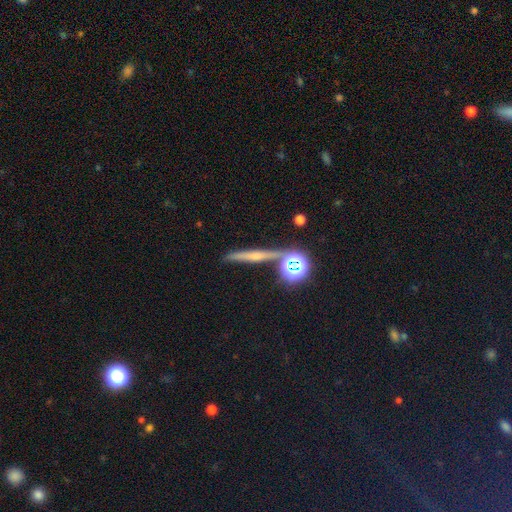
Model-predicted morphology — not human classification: Q: Smooth or featured?
A: featured or disk (50%); runner-up: smooth (28%)
Q: Merging?
A: none (82%); runner-up: minor disturbance (8%)